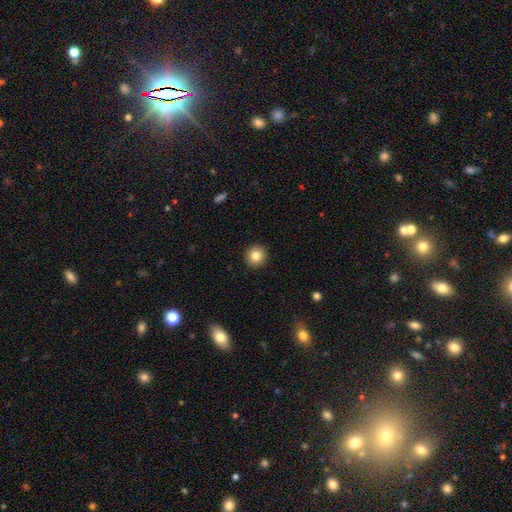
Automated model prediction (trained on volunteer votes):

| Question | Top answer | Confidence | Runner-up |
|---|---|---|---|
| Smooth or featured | smooth | 83% | star or artifact (10%) |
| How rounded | round | 94% | in between (5%) |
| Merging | none | 93% | minor disturbance (5%) |